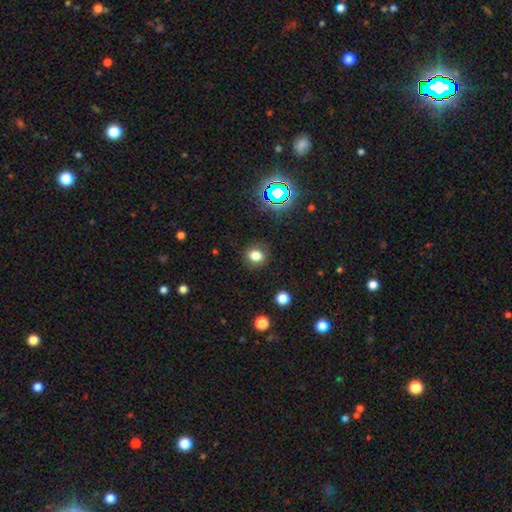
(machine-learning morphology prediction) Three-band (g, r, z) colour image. It shows a smooth galaxy with no disk features (78%) that is round (66%). Merging: none (87%).